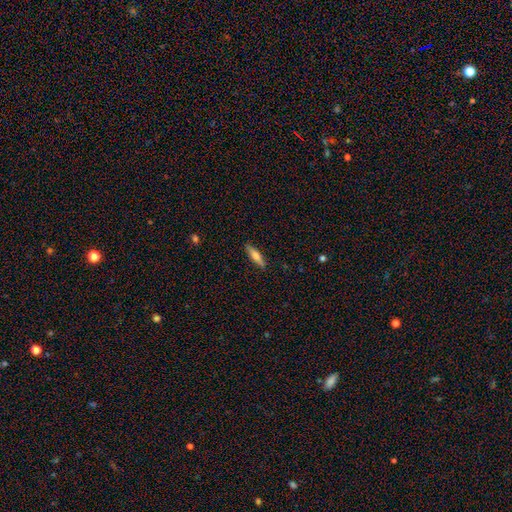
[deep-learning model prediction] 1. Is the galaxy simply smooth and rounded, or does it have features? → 64% smooth, 30% featured or disk, 6% star or artifact.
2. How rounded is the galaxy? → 70% cigar-shaped, 28% in between, 2% round.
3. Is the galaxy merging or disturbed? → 89% none, 8% minor disturbance, 2% major disturbance, 1% merger.